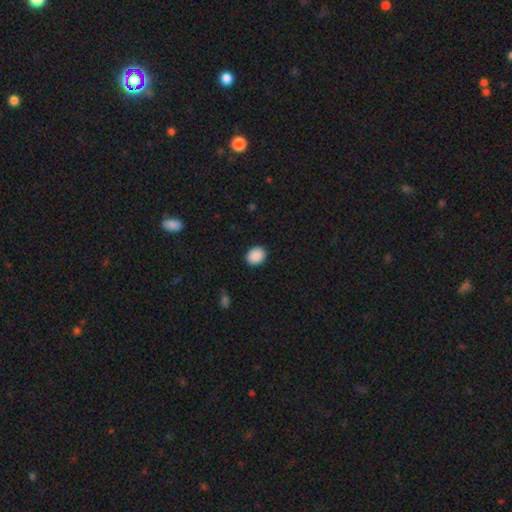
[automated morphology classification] type=smooth (90%); roundness=round (52%); merging=none (90%).